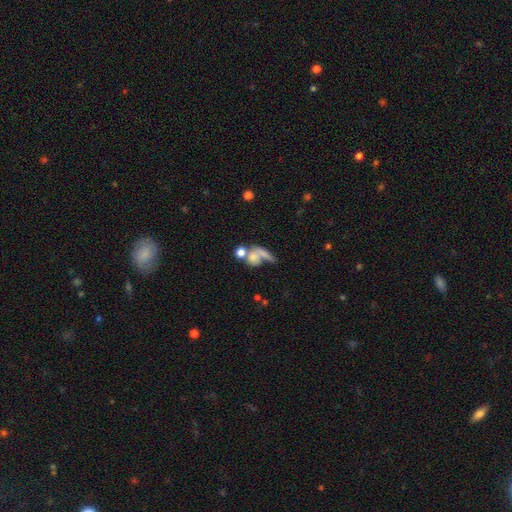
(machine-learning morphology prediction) Q: Smooth or featured?
A: smooth (62%); runner-up: featured or disk (26%)
Q: How rounded?
A: round (57%); runner-up: in between (35%)
Q: Merging?
A: merger (44%); runner-up: none (26%)